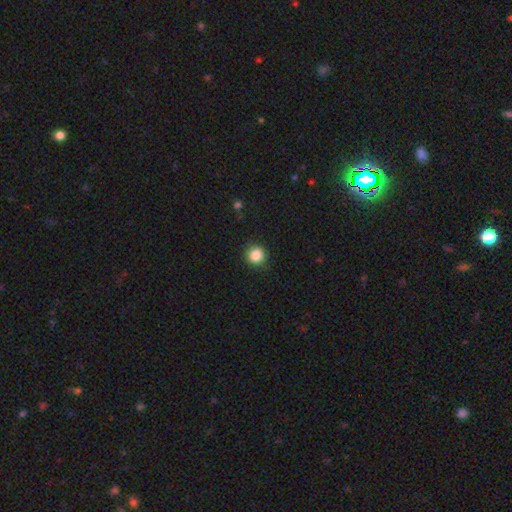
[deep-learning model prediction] This appears to be a smooth galaxy with no disk features (86%) that is round (91%). Merging: none (88%).